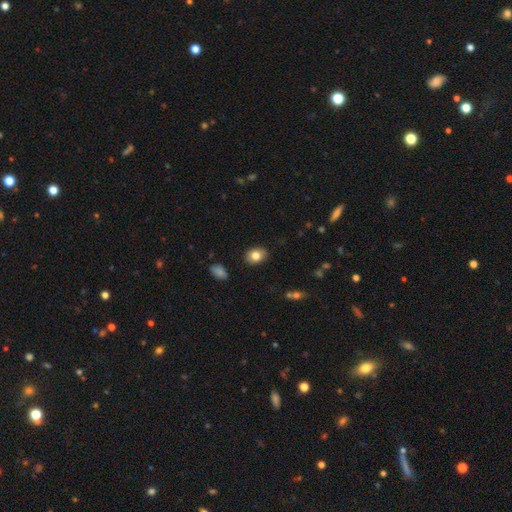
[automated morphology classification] Q: Smooth or featured?
A: smooth (82%); runner-up: featured or disk (10%)
Q: How rounded?
A: in between (62%); runner-up: round (37%)
Q: Merging?
A: none (87%); runner-up: minor disturbance (9%)